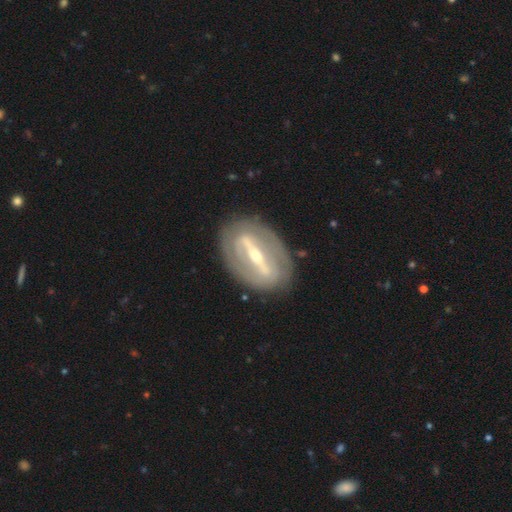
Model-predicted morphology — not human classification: This is clearly a featured or disk galaxy (83%). It is clearly not viewed edge-on (82%). Bar: clearly strong (83%). Spiral arm pattern: possibly no (52%). Central bulge: possibly small (50%). Merging: clearly none (83%).